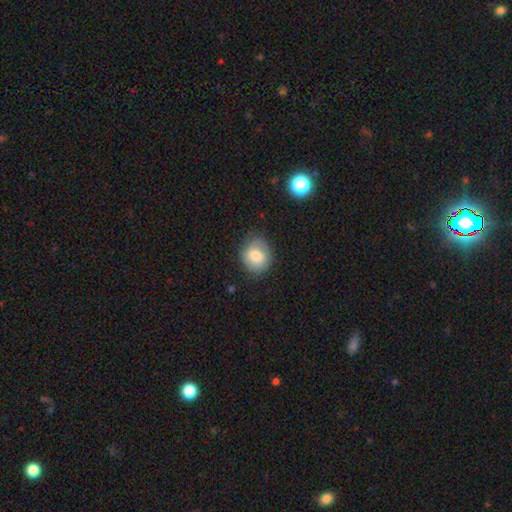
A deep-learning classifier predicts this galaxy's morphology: smooth 68%, featured or disk 24%, star or artifact 8%. Down the decision tree: how rounded — round (66%); merging — none (70%).